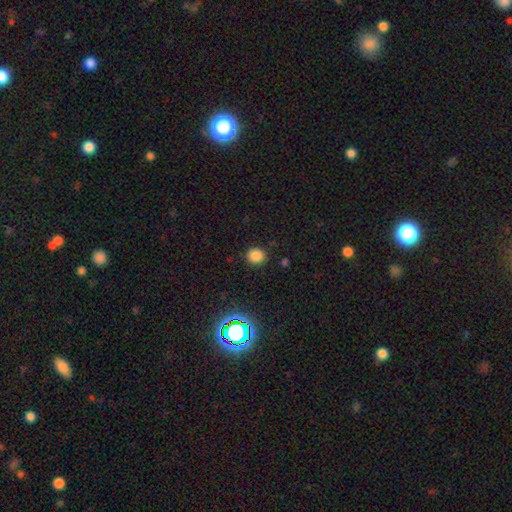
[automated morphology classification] smooth-or-featured: smooth: 81% | star or artifact: 15% | featured or disk: 4%
  how-rounded: round: 81% | in between: 18% | cigar-shaped: 1%
  merging: none: 88% | minor disturbance: 8% | major disturbance: 3% | merger: 1%